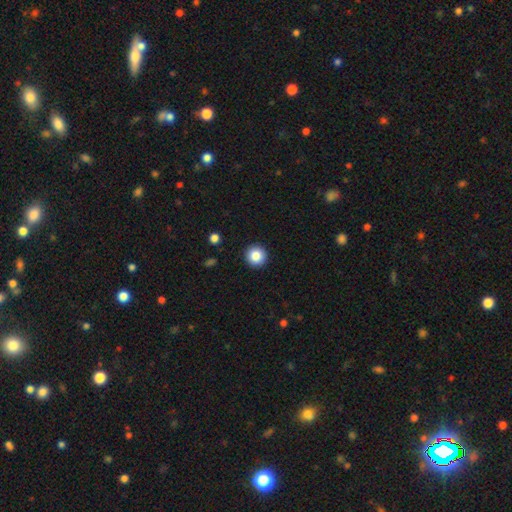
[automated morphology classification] This is clearly a smooth galaxy (85%). How rounded: clearly round (96%). Merging: clearly none (93%).